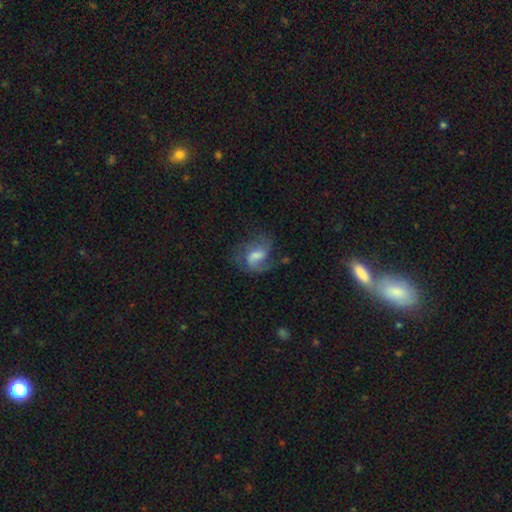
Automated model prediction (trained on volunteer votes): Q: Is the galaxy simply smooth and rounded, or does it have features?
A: featured or disk — 69%.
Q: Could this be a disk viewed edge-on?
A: no — 97%.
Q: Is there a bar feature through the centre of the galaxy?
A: weak — 52%.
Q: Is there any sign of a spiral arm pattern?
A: yes — 90%.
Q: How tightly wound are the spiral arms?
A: medium — 45%.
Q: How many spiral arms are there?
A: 2 — 49%.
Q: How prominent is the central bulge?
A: moderate — 41%.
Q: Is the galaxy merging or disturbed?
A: none — 49%.